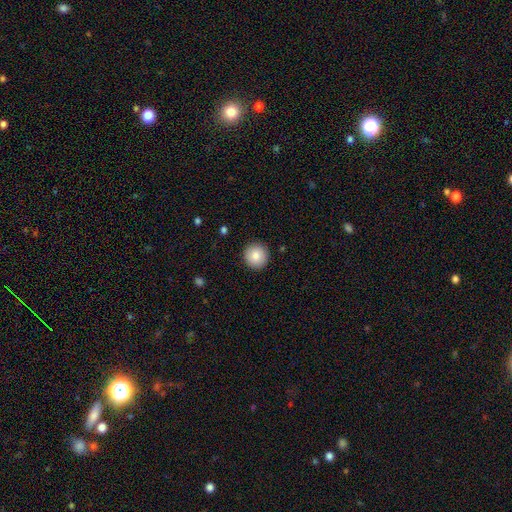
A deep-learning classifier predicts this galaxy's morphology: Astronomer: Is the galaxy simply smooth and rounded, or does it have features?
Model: smooth — 84%.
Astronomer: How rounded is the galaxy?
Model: round — 96%.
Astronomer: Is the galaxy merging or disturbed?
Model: none — 92%.